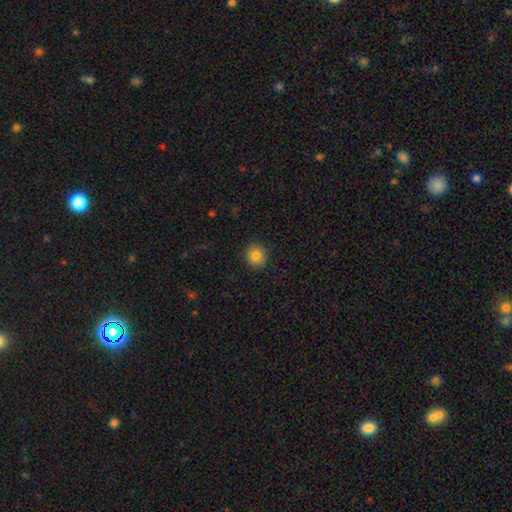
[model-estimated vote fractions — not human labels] A smooth galaxy with no disk features (83%) that is round (88%). Merging: none (90%).